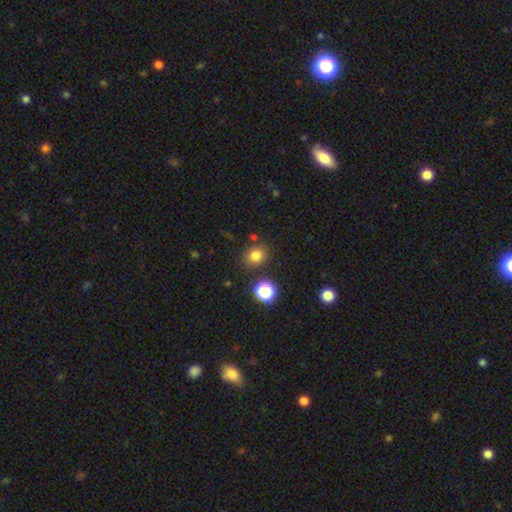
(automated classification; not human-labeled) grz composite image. It shows a smooth galaxy with no disk features (79%) that is round (72%). Merging: none (81%).